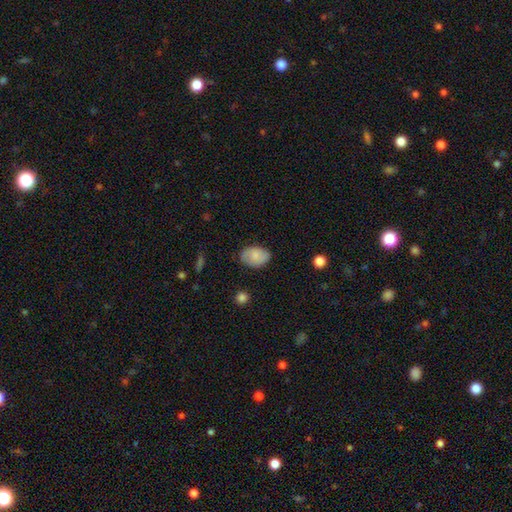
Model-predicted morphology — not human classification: A smooth galaxy with no disk features (75%) that is in between round and cigar-shaped (83%). Merging: none (77%).